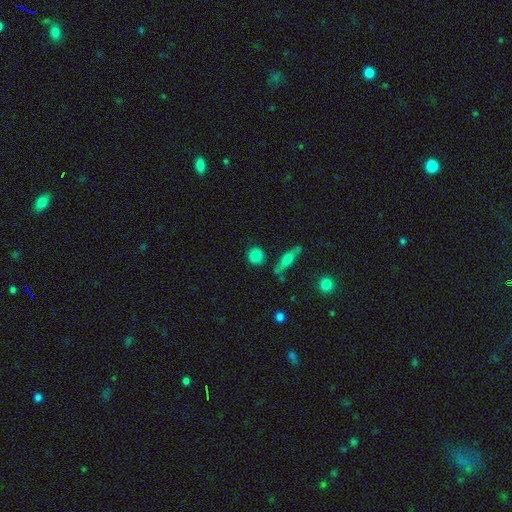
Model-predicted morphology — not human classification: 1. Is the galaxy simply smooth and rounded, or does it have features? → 83% smooth, 10% star or artifact, 8% featured or disk.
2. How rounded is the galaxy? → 86% round, 11% in between, 3% cigar-shaped.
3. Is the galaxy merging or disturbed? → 81% none, 10% minor disturbance, 5% merger, 3% major disturbance.